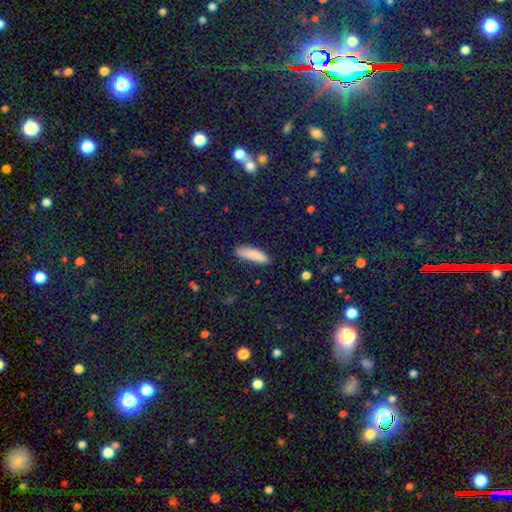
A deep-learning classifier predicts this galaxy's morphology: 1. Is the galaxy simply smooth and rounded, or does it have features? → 85% smooth, 8% star or artifact, 7% featured or disk.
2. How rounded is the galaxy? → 68% cigar-shaped, 30% in between, 2% round.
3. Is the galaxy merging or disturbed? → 83% none, 12% minor disturbance, 3% major disturbance, 2% merger.